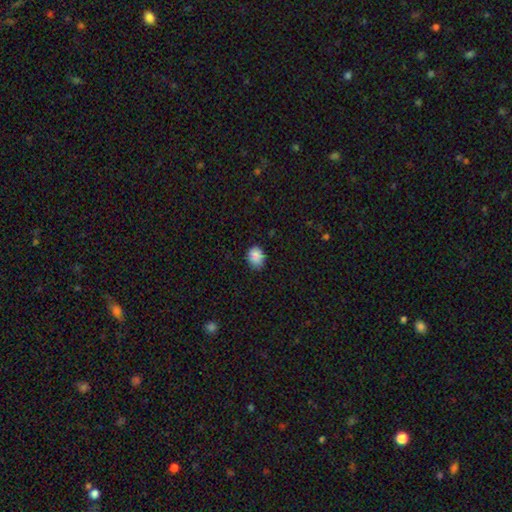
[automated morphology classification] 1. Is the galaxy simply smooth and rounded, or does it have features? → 87% smooth, 9% star or artifact, 4% featured or disk.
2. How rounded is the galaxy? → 57% in between, 42% round, 1% cigar-shaped.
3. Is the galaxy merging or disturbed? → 70% none, 24% minor disturbance, 4% major disturbance, 1% merger.